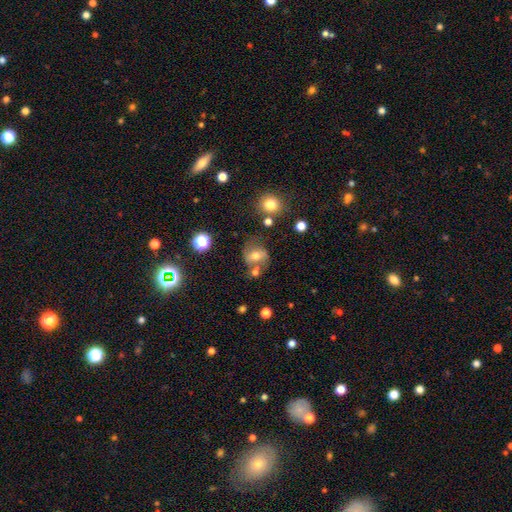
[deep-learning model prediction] Smooth or featured?
  - smooth: 47% *
  - featured or disk: 39%
  - star or artifact: 15%
Merging?
  - none: 57% *
  - minor disturbance: 19%
  - merger: 15%
  - major disturbance: 9%